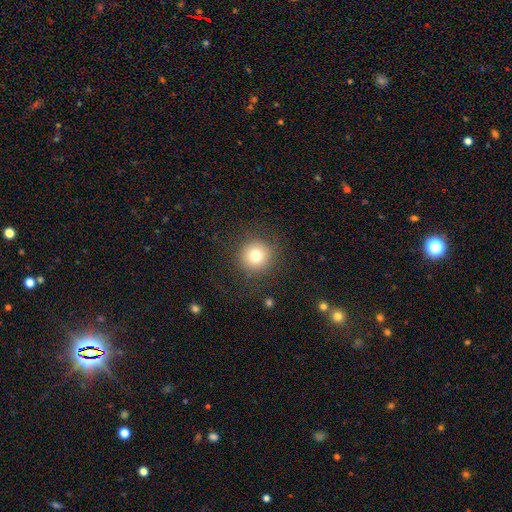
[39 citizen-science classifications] This is likely a smooth galaxy (77%). How rounded: clearly round (100%). Merging: clearly none (92%).